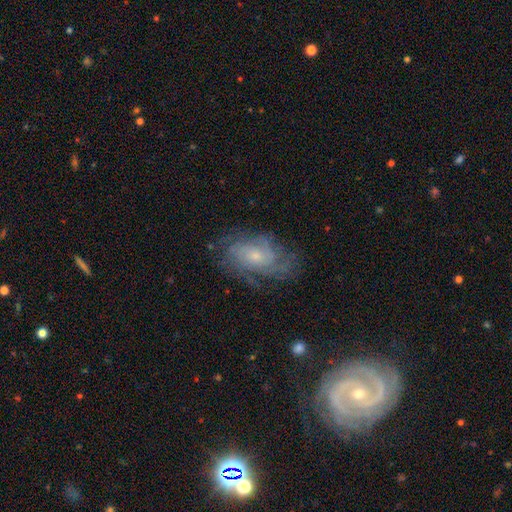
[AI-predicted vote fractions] This is likely a featured or disk galaxy (72%). It is clearly not viewed edge-on (95%). Bar: likely no (75%). Spiral arm pattern: clearly yes (88%). Spiral arm count: possibly can't tell (48%). Spiral winding: possibly tight (51%). Central bulge: likely small (62%). Merging: likely none (67%).